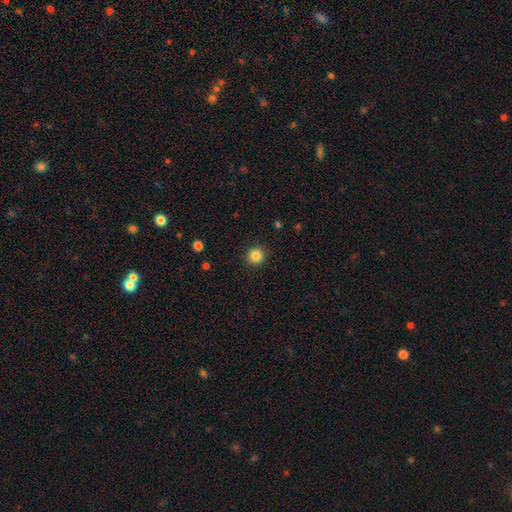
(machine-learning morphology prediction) This appears to be a smooth galaxy with no disk features (85%) that is round (95%). Merging: none (92%).